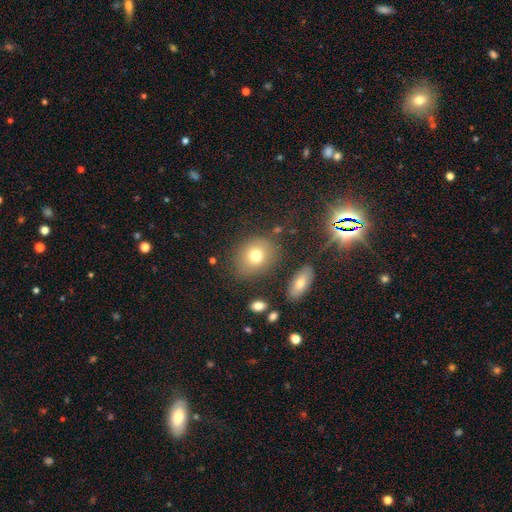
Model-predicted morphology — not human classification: smooth_or_featured: smooth (p=0.75) [alt: featured or disk p=0.13]
how_rounded: round (p=0.55) [alt: in between p=0.43]
merging: none (p=0.76) [alt: minor disturbance p=0.13]